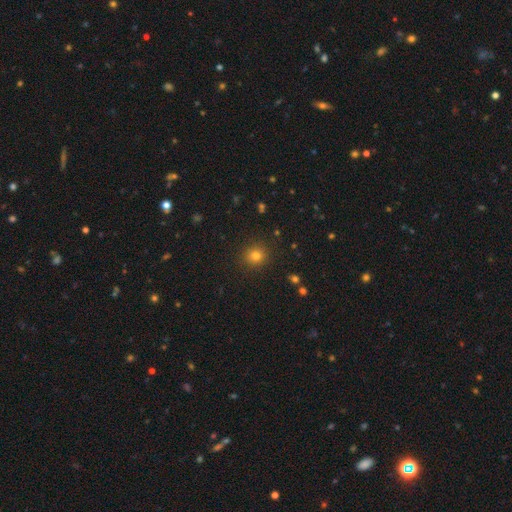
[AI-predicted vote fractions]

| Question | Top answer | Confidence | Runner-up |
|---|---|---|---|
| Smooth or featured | smooth | 79% | star or artifact (15%) |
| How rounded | round | 88% | in between (11%) |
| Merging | none | 90% | minor disturbance (6%) |